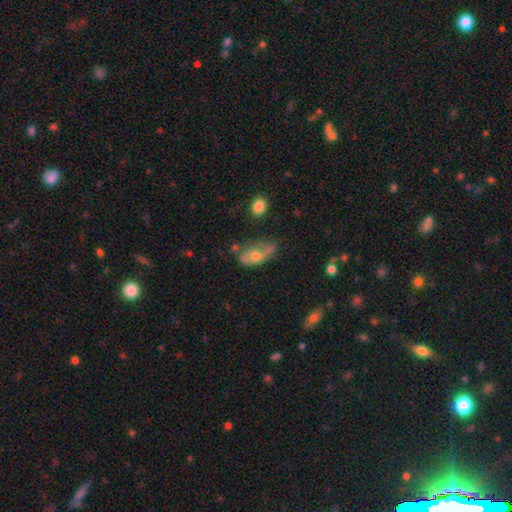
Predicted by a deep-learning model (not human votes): A featured or disk galaxy (52%). Merging: none (39%).